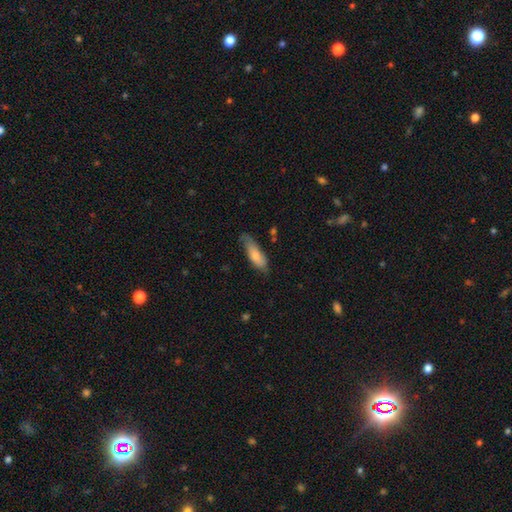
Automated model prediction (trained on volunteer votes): A smooth galaxy with no disk features (73%) that is in between round and cigar-shaped (57%). Merging: none (57%).